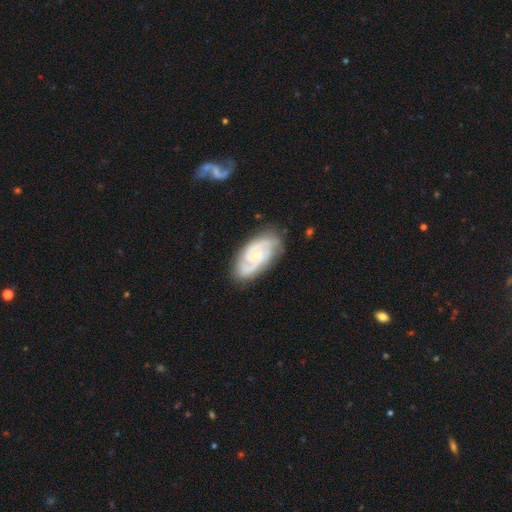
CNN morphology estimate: A featured or disk galaxy (86%) with no bar (56%), 2 (62%) tight (52%) spiral arms (97%) and a small central bulge (71%). Merging: none (79%).